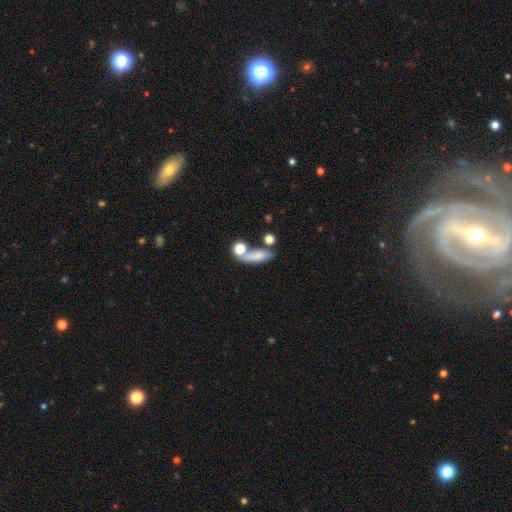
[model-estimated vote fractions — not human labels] smooth 75%, featured or disk 15%, star or artifact 10%. Down the decision tree: how rounded — in between (51%); merging — none (53%).